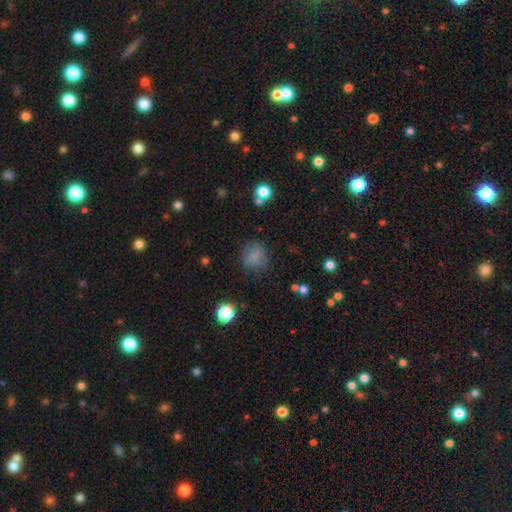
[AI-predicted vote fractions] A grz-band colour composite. It shows a smooth galaxy with no disk features (78%) that is round (76%). Merging: none (75%).